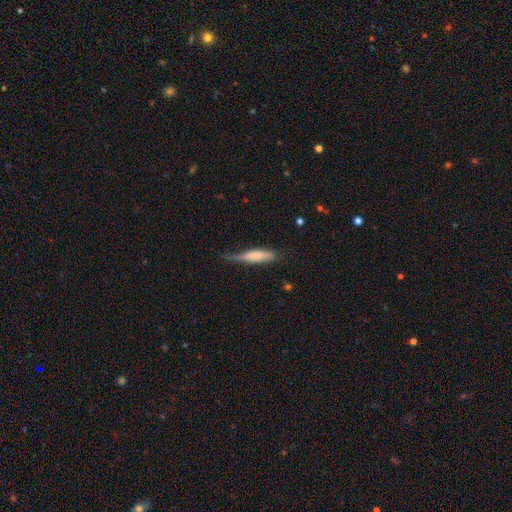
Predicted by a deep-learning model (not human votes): A smooth galaxy with no disk features (67%) that is cigar-shaped (80%).

Vote fractions:
- Smooth or featured? smooth: 67% / featured or disk: 27% / star or artifact: 6%
- How rounded? cigar-shaped: 80% / in between: 18% / round: 2%
- Merging? none: 47% / minor disturbance: 38% / major disturbance: 13% / merger: 2%